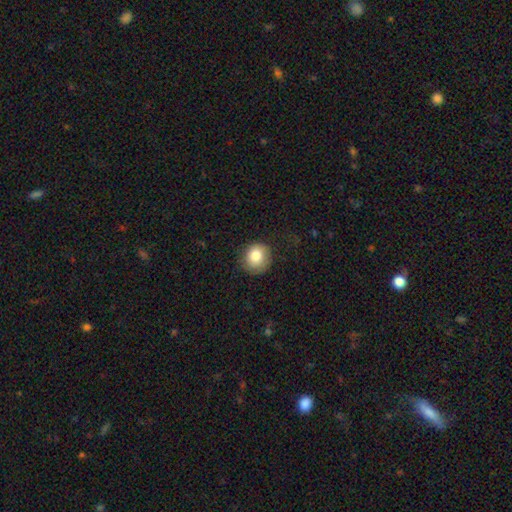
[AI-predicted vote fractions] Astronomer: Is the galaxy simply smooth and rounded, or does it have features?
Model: smooth — 85%.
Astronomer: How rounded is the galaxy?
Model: round — 83%.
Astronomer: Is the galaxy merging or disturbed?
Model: none — 78%.